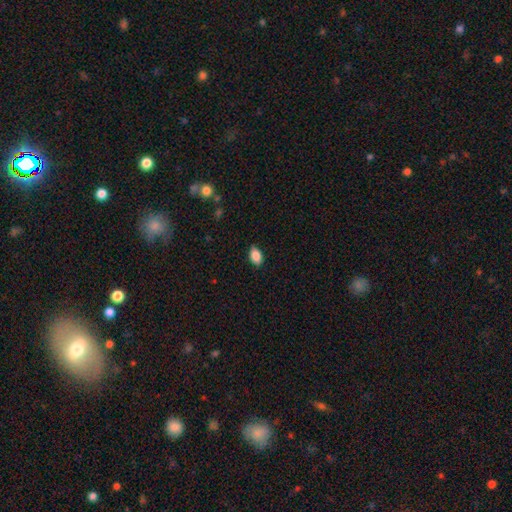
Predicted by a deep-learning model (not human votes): This is clearly a smooth galaxy (87%). How rounded: clearly in between (90%). Merging: clearly none (83%).